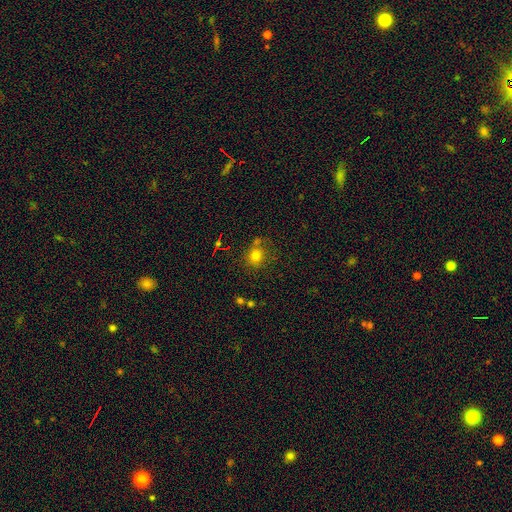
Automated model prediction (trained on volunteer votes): A smooth galaxy with no disk features (75%) that is round (80%). Merging: none (65%).